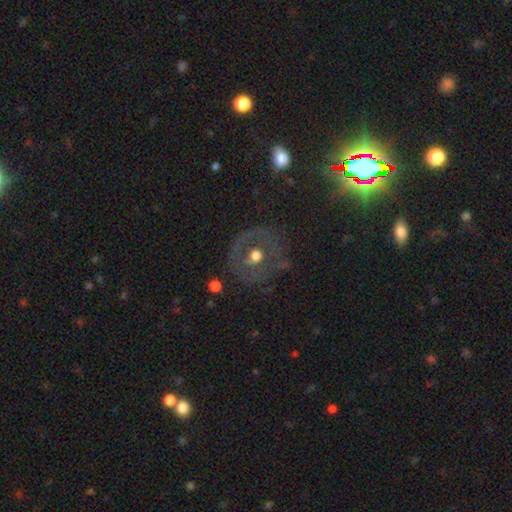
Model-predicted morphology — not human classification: Smooth or featured?
  - featured or disk: 54% *
  - smooth: 36%
  - star or artifact: 10%
Edge-on disk?
  - no: 95% *
  - yes: 5%
Bar?
  - no: 86% *
  - weak: 10%
  - strong: 4%
Spiral arms?
  - no: 81% *
  - yes: 19%
Bulge size?
  - moderate: 74% *
  - large: 15%
  - small: 8%
  - dominant: 2%
  - none: 2%
Merging?
  - none: 68% *
  - minor disturbance: 17%
  - major disturbance: 12%
  - merger: 3%